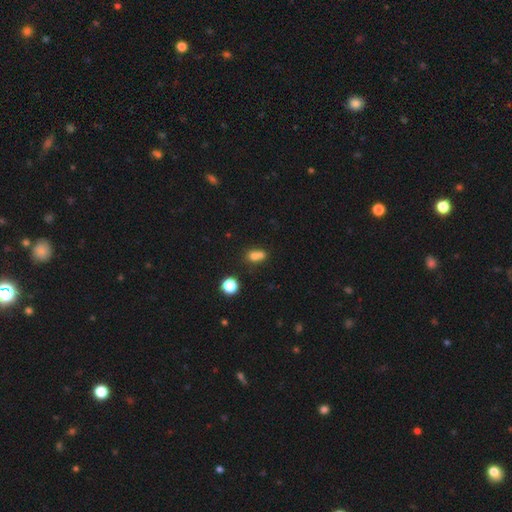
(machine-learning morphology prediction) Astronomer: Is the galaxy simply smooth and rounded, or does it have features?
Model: smooth — 70%.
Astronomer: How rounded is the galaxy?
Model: round — 60% (runner-up: in between, 38%).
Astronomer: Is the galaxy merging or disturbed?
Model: merger — 57%.